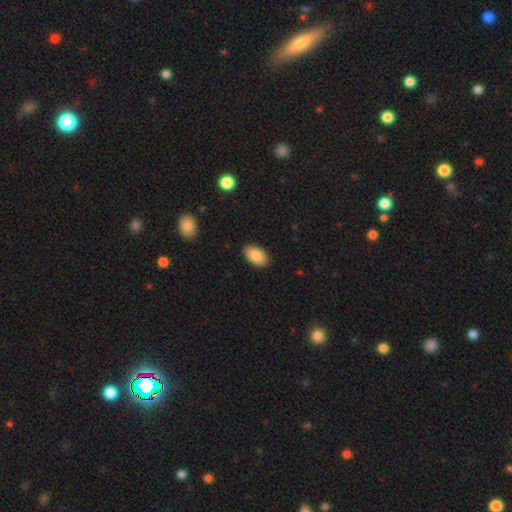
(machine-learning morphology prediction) smooth-or-featured: smooth: 88% | star or artifact: 7% | featured or disk: 5%
  how-rounded: in between: 94% | round: 4% | cigar-shaped: 1%
  merging: none: 88% | minor disturbance: 9% | major disturbance: 2% | merger: 1%